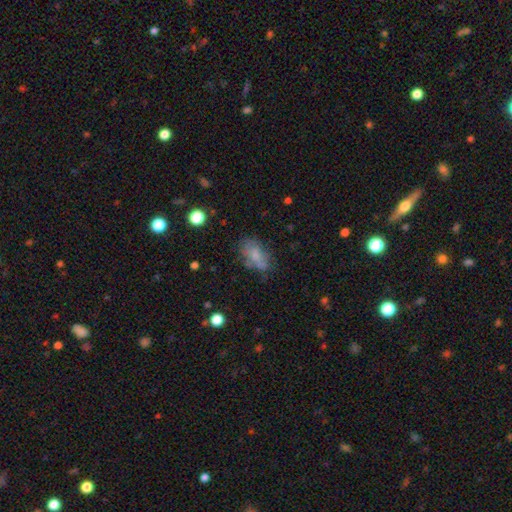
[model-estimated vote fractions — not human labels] Smooth or featured? Predicted: smooth (p=0.67). How rounded? Predicted: in between (p=0.88). Merging? Predicted: none (p=0.54).